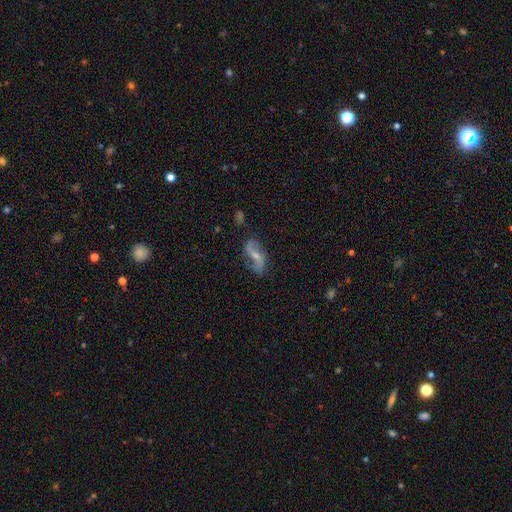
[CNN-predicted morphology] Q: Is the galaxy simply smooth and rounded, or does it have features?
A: featured or disk — 79%.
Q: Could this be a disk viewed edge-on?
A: no — 94%.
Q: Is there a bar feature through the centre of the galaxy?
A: weak — 39%.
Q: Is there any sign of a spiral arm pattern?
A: yes — 91%.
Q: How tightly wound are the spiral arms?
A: loose — 70%.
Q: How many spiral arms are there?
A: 2 — 91%.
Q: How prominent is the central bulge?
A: small — 53%.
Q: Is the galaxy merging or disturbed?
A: none — 71%.